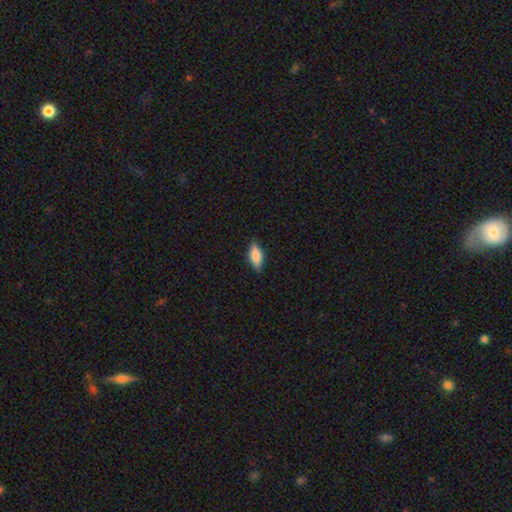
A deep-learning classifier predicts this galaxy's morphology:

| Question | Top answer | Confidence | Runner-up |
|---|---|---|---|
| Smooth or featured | smooth | 83% | featured or disk (11%) |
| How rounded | in between | 78% | cigar-shaped (20%) |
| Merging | none | 85% | minor disturbance (12%) |